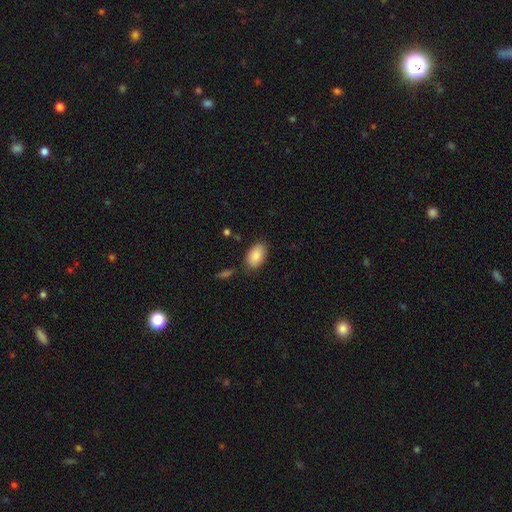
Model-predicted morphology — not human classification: smooth-or-featured: smooth: 87% | featured or disk: 7% | star or artifact: 6%
  how-rounded: in between: 93% | round: 6% | cigar-shaped: 1%
  merging: none: 80% | minor disturbance: 13% | major disturbance: 3% | merger: 3%